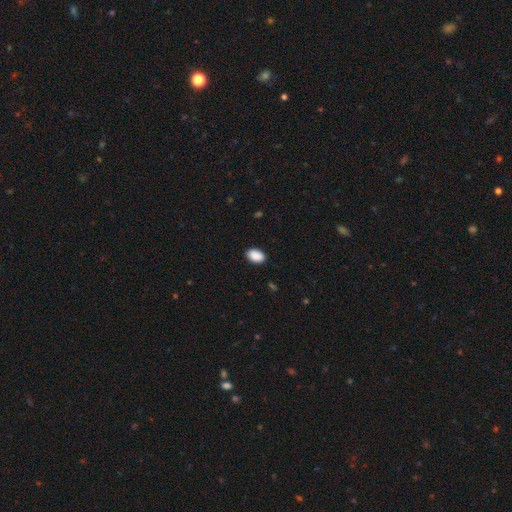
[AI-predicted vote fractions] Smooth or featured? Predicted: smooth (p=0.90). How rounded? Predicted: in between (p=0.91). Merging? Predicted: none (p=0.88).